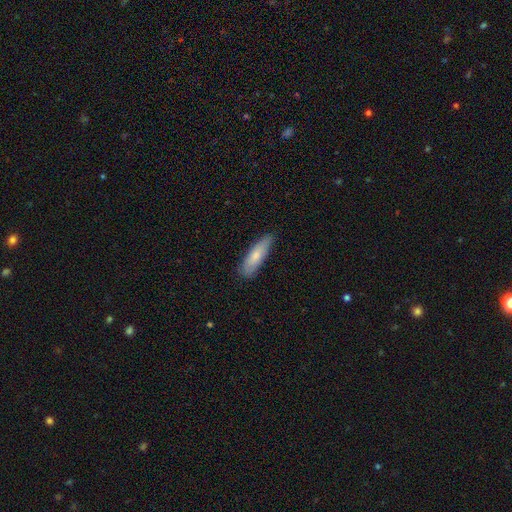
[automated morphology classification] Smooth or featured? smooth (75%)
How rounded? cigar-shaped (59%)
Merging? none (80%)